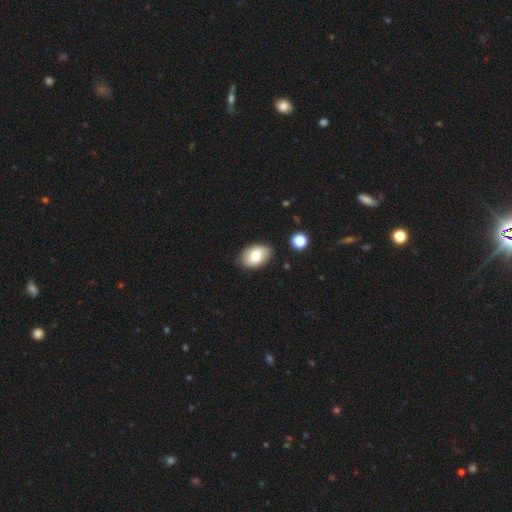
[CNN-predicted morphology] This is likely a smooth galaxy (75%). How rounded: clearly in between (85%). Merging: clearly none (82%).